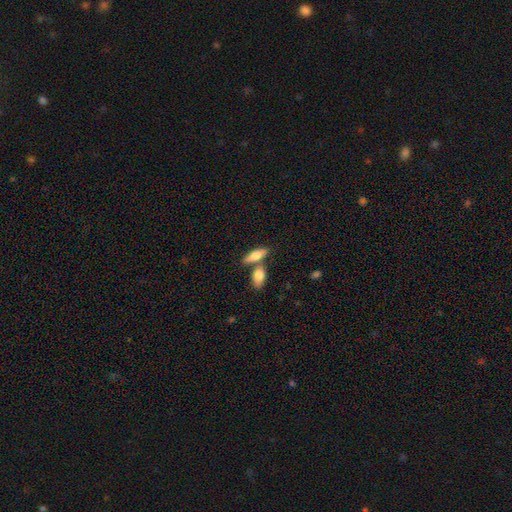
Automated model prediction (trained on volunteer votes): Smooth or featured: smooth — 62% (featured or disk — 32%)
How rounded: in between — 53% (cigar-shaped — 43%)
Merging: none — 58% (merger — 30%)